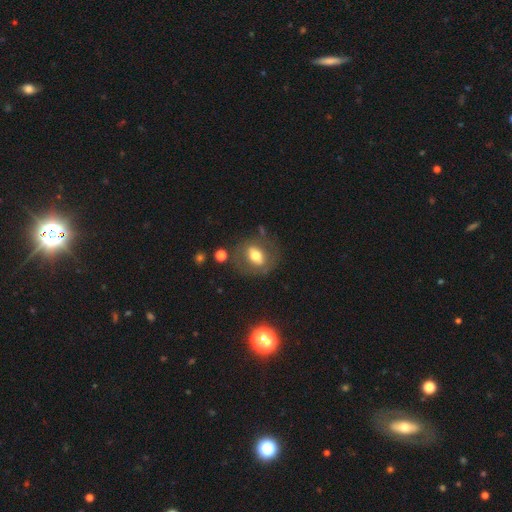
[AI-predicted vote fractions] Smooth or featured? smooth (56%)
How rounded? in between (64%)
Merging? none (69%)